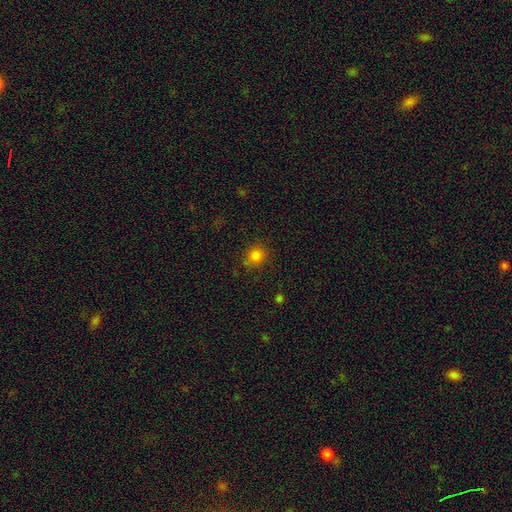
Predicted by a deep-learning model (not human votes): A smooth galaxy with no disk features (82%) that is round (83%).

Vote fractions:
- Smooth or featured? smooth: 82% / star or artifact: 13% / featured or disk: 5%
- How rounded? round: 83% / in between: 16% / cigar-shaped: 1%
- Merging? none: 82% / minor disturbance: 12% / major disturbance: 4% / merger: 2%